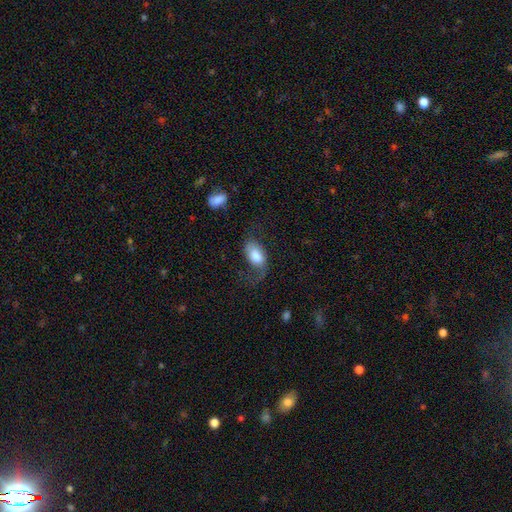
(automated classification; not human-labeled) This is likely a smooth galaxy (63%). How rounded: clearly in between (90%). Merging: marginally none (40%).